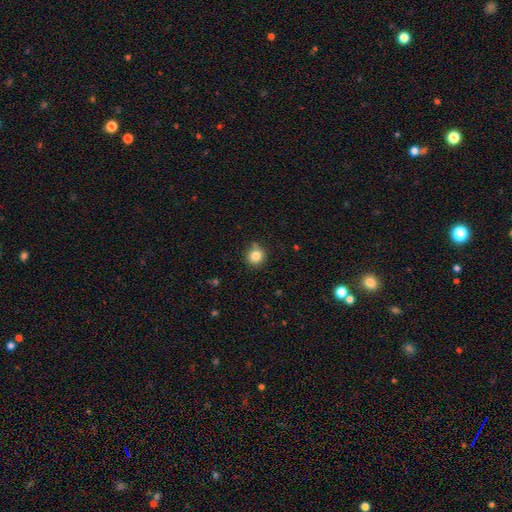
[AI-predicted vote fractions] Smooth or featured?
  - smooth: 83% *
  - star or artifact: 11%
  - featured or disk: 5%
How rounded?
  - round: 89% *
  - in between: 10%
  - cigar-shaped: 1%
Merging?
  - none: 77% *
  - minor disturbance: 16%
  - merger: 3%
  - major disturbance: 3%